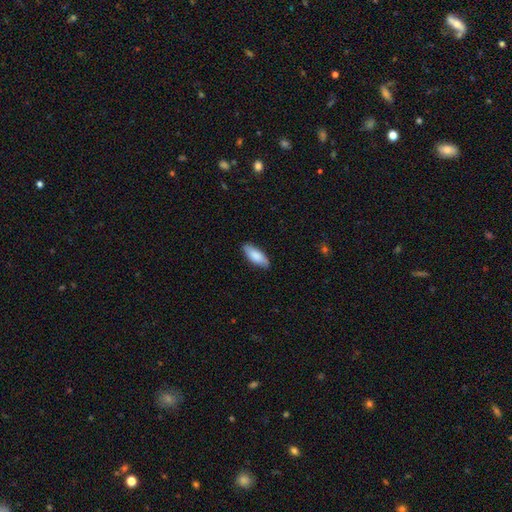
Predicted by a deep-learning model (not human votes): A smooth galaxy with no disk features (82%) that is in between round and cigar-shaped (76%).

Vote fractions:
- Smooth or featured? smooth: 82% / featured or disk: 12% / star or artifact: 5%
- How rounded? in between: 76% / cigar-shaped: 23% / round: 2%
- Merging? none: 85% / minor disturbance: 12% / major disturbance: 2% / merger: 1%